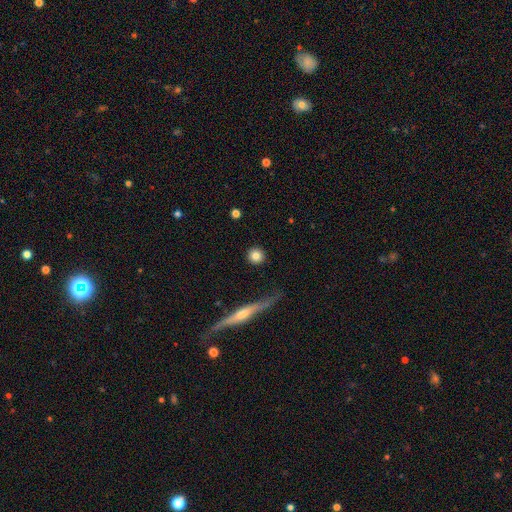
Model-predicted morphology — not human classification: Smooth or featured?
  - smooth: 81% *
  - featured or disk: 10%
  - star or artifact: 8%
How rounded?
  - round: 94% *
  - in between: 4%
  - cigar-shaped: 2%
Merging?
  - none: 90% *
  - minor disturbance: 6%
  - major disturbance: 2%
  - merger: 2%